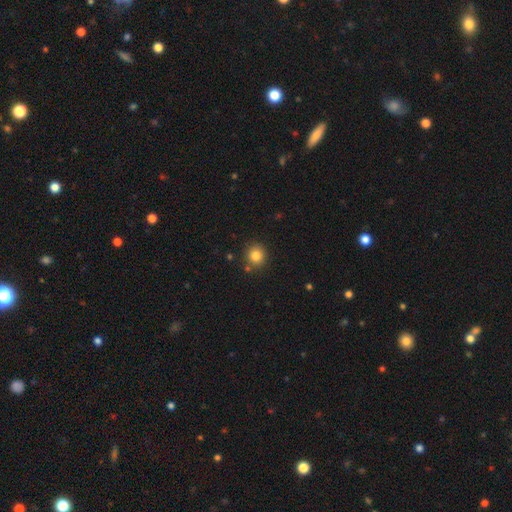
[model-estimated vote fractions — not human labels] Smooth or featured? Predicted: smooth (p=0.82). How rounded? Predicted: round (p=0.90). Merging? Predicted: none (p=0.84).